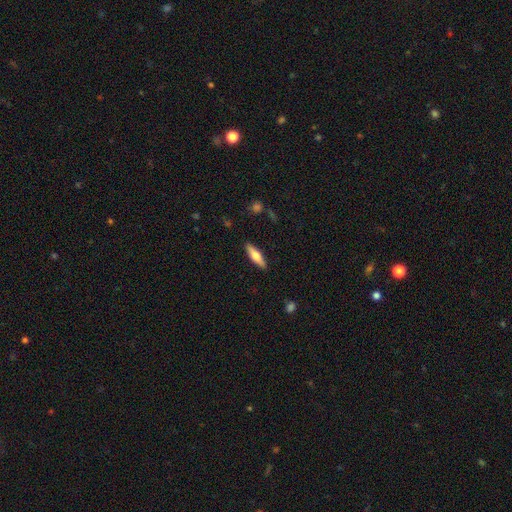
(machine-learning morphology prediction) Smooth or featured: smooth — 56% (featured or disk — 38%)
How rounded: cigar-shaped — 62% (in between — 36%)
Merging: none — 89% (minor disturbance — 8%)